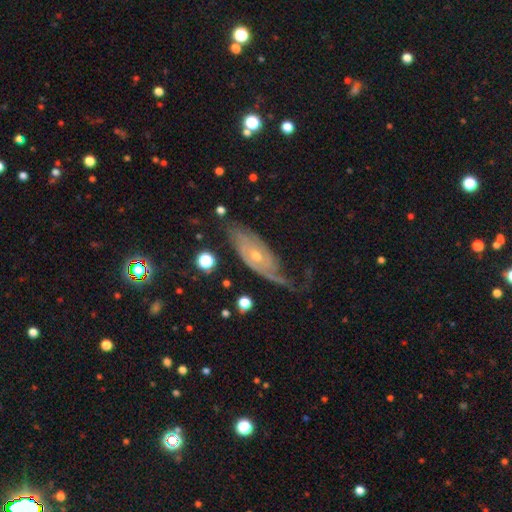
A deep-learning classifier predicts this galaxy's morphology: smooth_or_featured: featured or disk (p=0.83) [alt: smooth p=0.11]
disk_edge_on: no (p=0.88) [alt: yes p=0.12]
bar: no (p=0.70) [alt: weak p=0.25]
has_spiral_arms: yes (p=0.92) [alt: no p=0.08]
spiral_winding: tight (p=0.54) [alt: medium p=0.31]
spiral_arm_count: 2 (p=0.48) [alt: can't tell p=0.29]
bulge_size: moderate (p=0.51) [alt: small p=0.45]
merging: none (p=0.53) [alt: minor disturbance p=0.27]